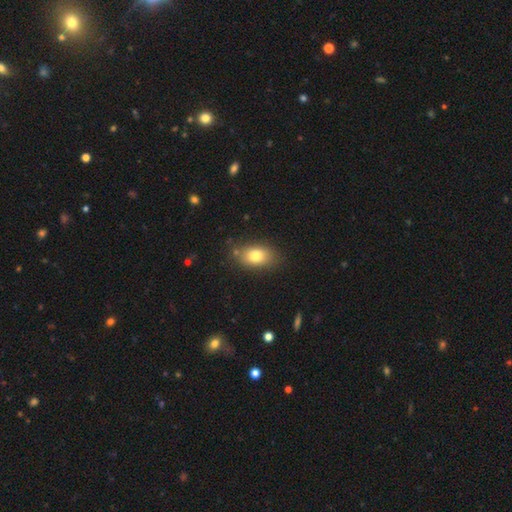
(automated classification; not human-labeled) This is likely a smooth galaxy (79%). How rounded: clearly in between (84%). Merging: likely none (80%).